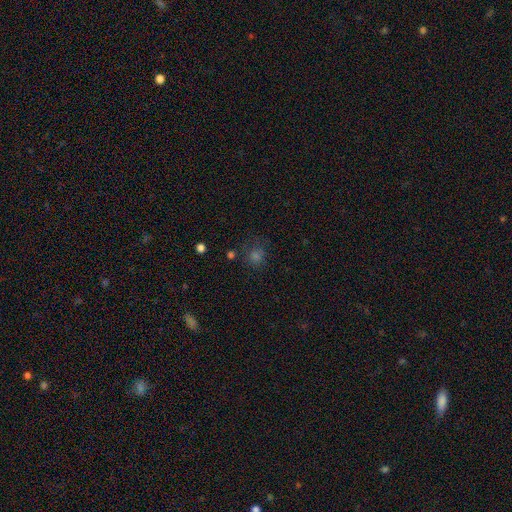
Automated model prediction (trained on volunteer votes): A smooth galaxy with no disk features (58%) that is round (82%). Merging: none (67%).